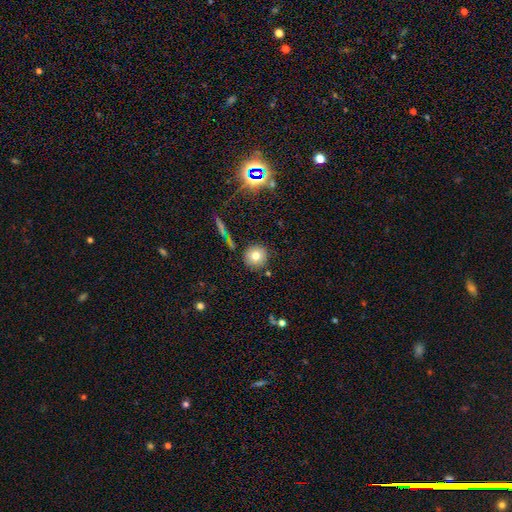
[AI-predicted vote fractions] Overall: smooth (75%). How rounded: round (93%). Merging: none (86%).